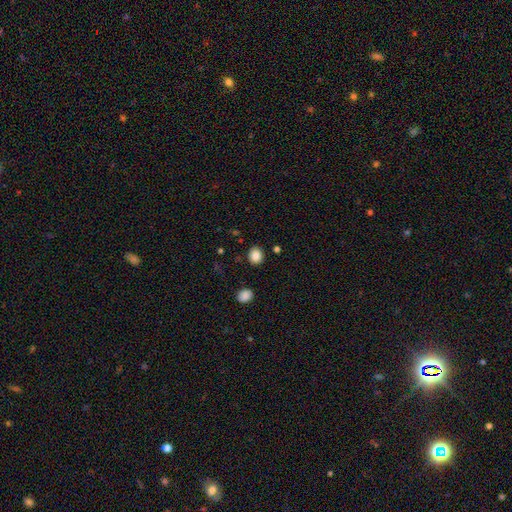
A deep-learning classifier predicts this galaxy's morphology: type=smooth (86%); roundness=round (70%); merging=none (88%).